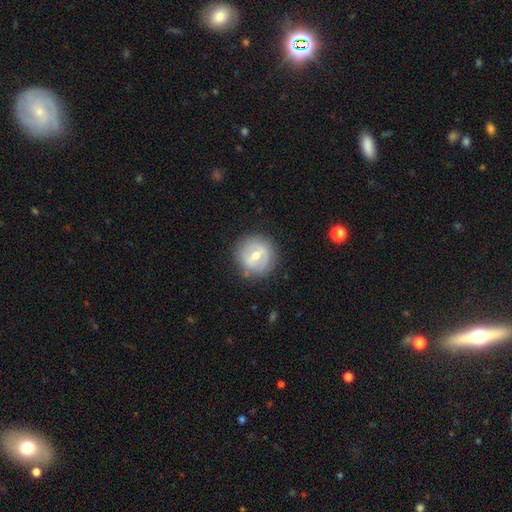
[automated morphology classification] Smooth or featured? Predicted: featured or disk (p=0.56). Edge-on disk? Predicted: no (p=0.94). Bar? Predicted: weak (p=0.48). Spiral arms? Predicted: no (p=0.64). Bulge size? Predicted: moderate (p=0.67). Merging? Predicted: none (p=0.81).